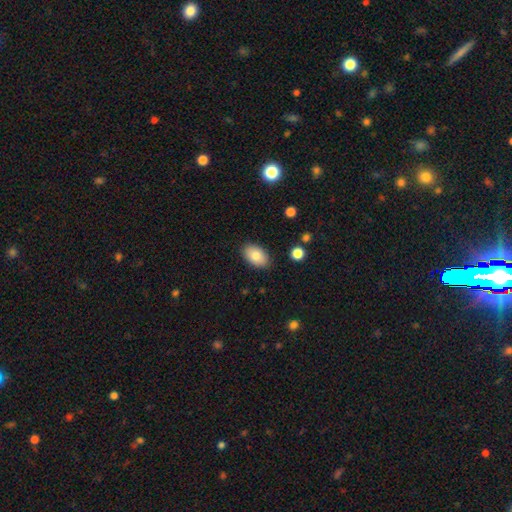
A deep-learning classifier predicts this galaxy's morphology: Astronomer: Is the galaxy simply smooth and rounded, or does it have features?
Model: smooth — 82%.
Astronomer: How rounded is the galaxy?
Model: in between — 92%.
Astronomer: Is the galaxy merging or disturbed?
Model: none — 87%.